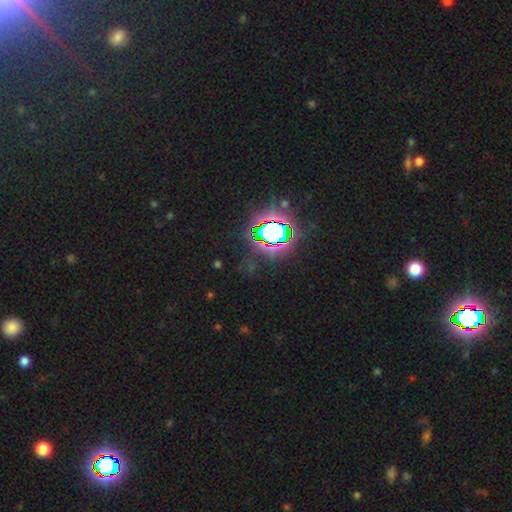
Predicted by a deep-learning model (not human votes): Smooth or featured? star or artifact (83%)